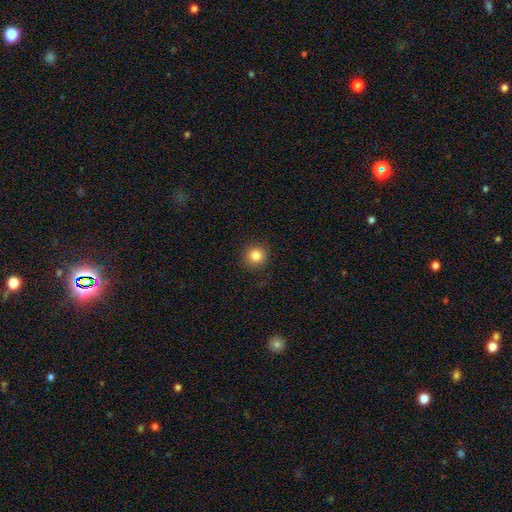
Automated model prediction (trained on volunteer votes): Morphology: type=smooth (84%); roundness=round (93%); merging=none (91%).